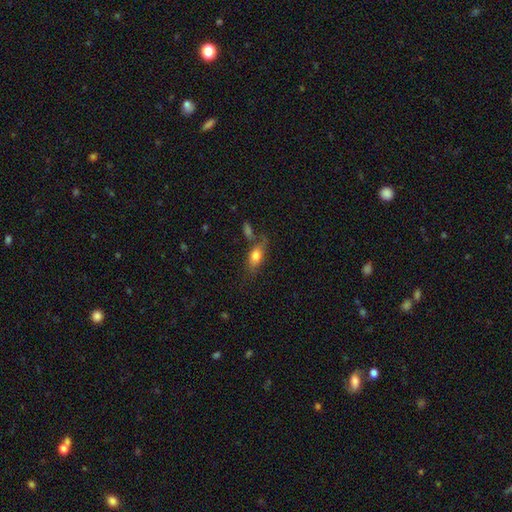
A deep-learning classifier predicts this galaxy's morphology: A smooth galaxy with no disk features (73%) that is in between round and cigar-shaped (81%). Merging: none (54%).